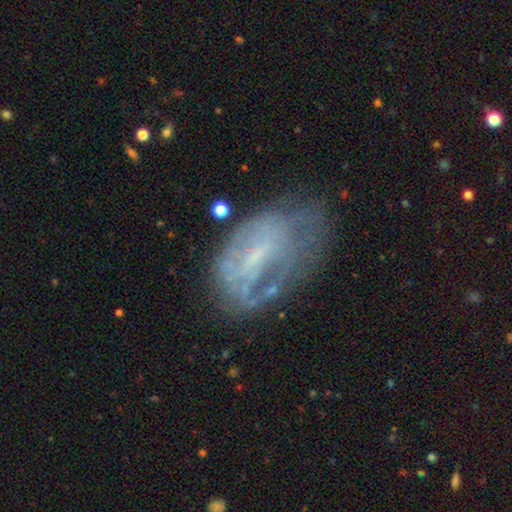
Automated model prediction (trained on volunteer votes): smooth-or-featured: featured or disk: 59% | smooth: 29% | star or artifact: 11%
  disk-edge-on: no: 95% | yes: 5%
    bar: no: 45% | weak: 40% | strong: 16%
    has-spiral-arms: no: 56% | yes: 44%
    bulge-size: small: 48% | none: 33% | moderate: 16% | large: 2% | dominant: 1%
  merging: none: 43% | minor disturbance: 28% | major disturbance: 24% | merger: 4%